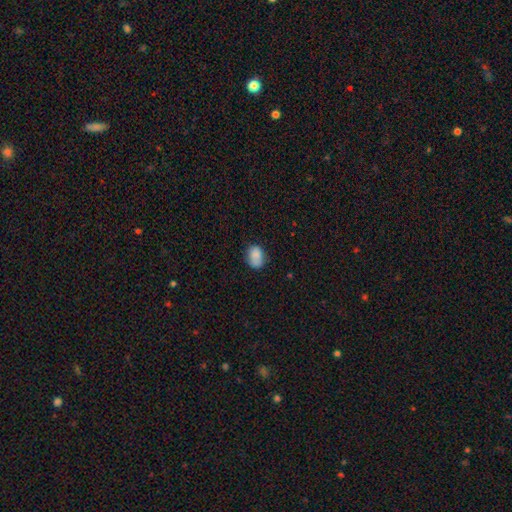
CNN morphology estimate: Smooth or featured? smooth (84%)
How rounded? in between (70%)
Merging? none (65%)